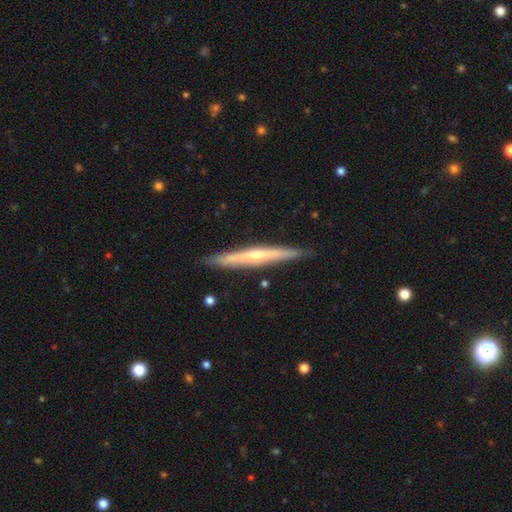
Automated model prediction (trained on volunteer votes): Smooth or featured? Predicted: featured or disk (p=0.68). Edge-on disk? Predicted: yes (p=0.96). Edge-on bulge? Predicted: rounded (p=0.61). Merging? Predicted: none (p=0.89).